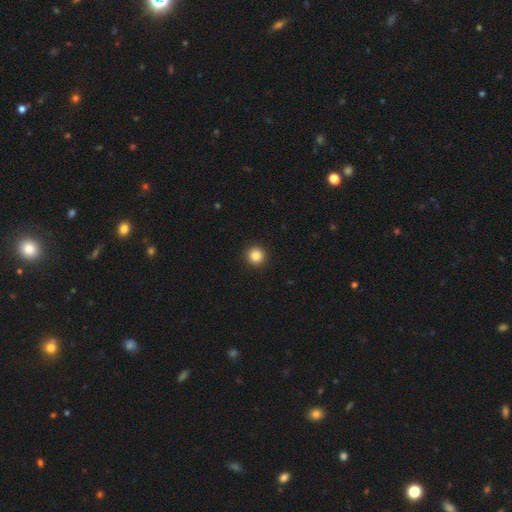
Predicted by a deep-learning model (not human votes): A smooth galaxy with no disk features (85%) that is round (95%). Merging: none (94%).